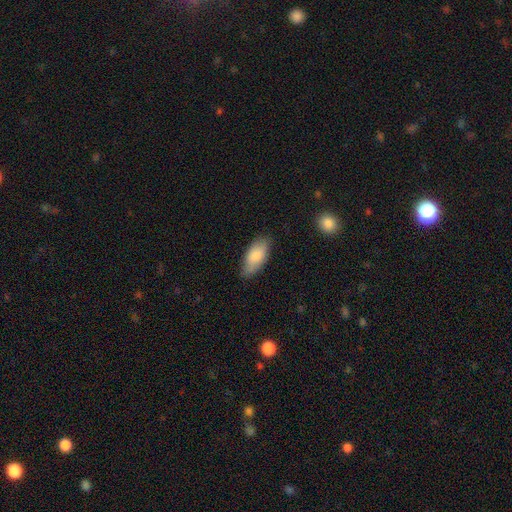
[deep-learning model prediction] Morphology: type=smooth (81%); roundness=in between (89%); merging=none (75%).